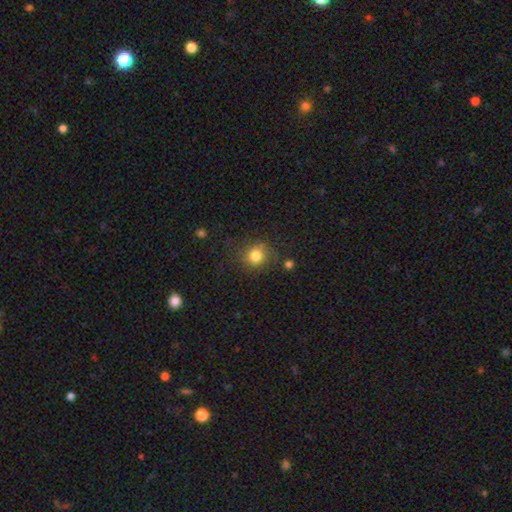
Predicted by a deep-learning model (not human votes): smooth_or_featured: smooth (p=0.82) [alt: star or artifact p=0.12]
how_rounded: round (p=0.83) [alt: in between p=0.16]
merging: none (p=0.76) [alt: minor disturbance p=0.15]